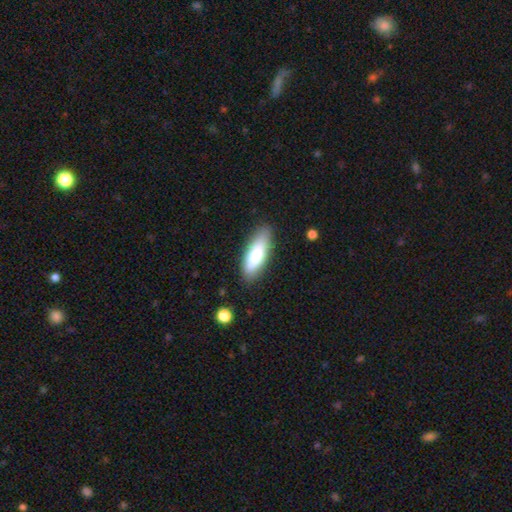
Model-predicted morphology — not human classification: A smooth galaxy with no disk features (79%) that is in between round and cigar-shaped (62%). Merging: none (83%).